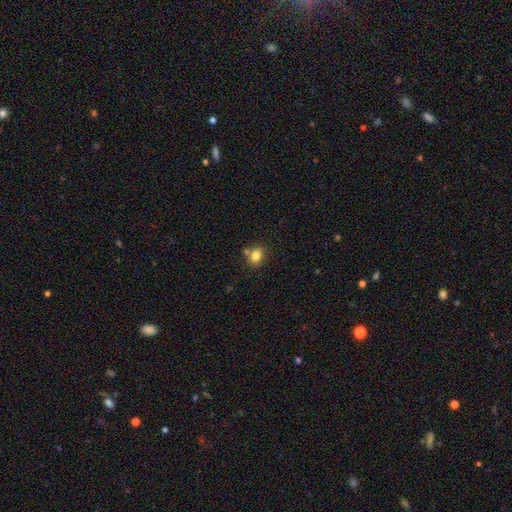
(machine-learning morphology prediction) Smooth or featured? Predicted: smooth (p=0.81). How rounded? Predicted: round (p=0.51). Merging? Predicted: none (p=0.68).